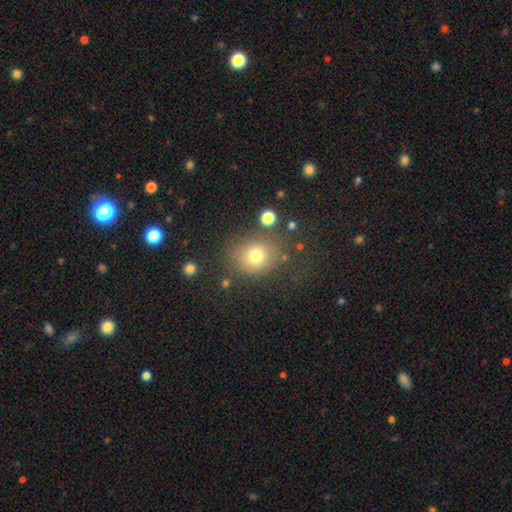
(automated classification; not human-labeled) This appears to be a smooth galaxy with no disk features (75%) that is round (70%). Merging: none (73%).